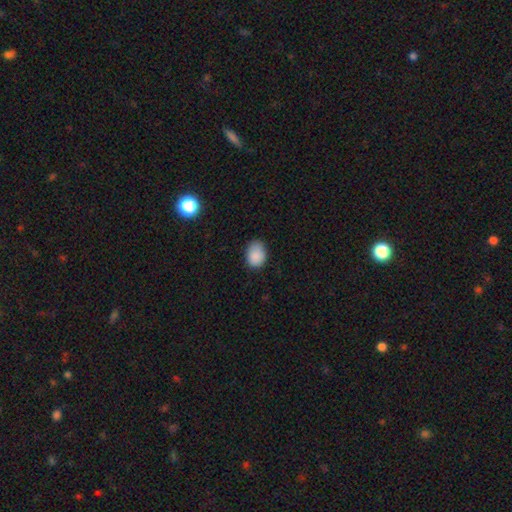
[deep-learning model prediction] Smooth or featured: smooth — 87% (star or artifact — 9%)
How rounded: in between — 69% (round — 30%)
Merging: none — 69% (minor disturbance — 26%)